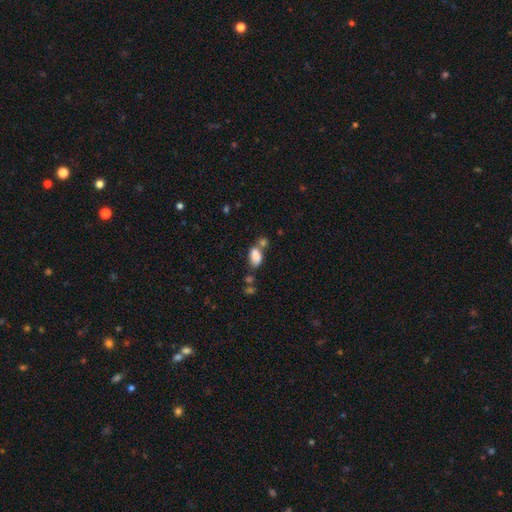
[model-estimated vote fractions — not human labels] Morphology: type=smooth (83%); roundness=in between (91%); merging=none (41%).